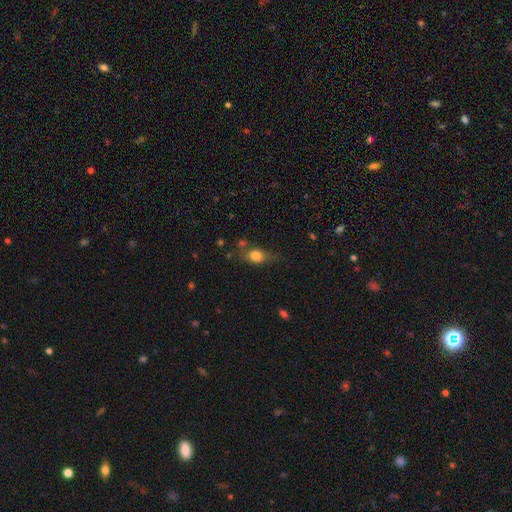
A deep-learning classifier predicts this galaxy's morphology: smooth_or_featured: smooth (p=0.76) [alt: featured or disk p=0.14]
how_rounded: in between (p=0.59) [alt: round p=0.36]
merging: none (p=0.55) [alt: minor disturbance p=0.27]